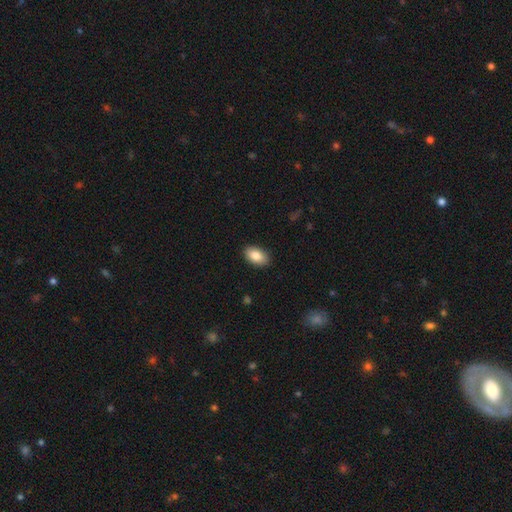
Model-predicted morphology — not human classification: smooth-or-featured: smooth: 85% | featured or disk: 8% | star or artifact: 7%
  how-rounded: in between: 92% | round: 7% | cigar-shaped: 2%
  merging: none: 89% | minor disturbance: 8% | major disturbance: 2% | merger: 1%